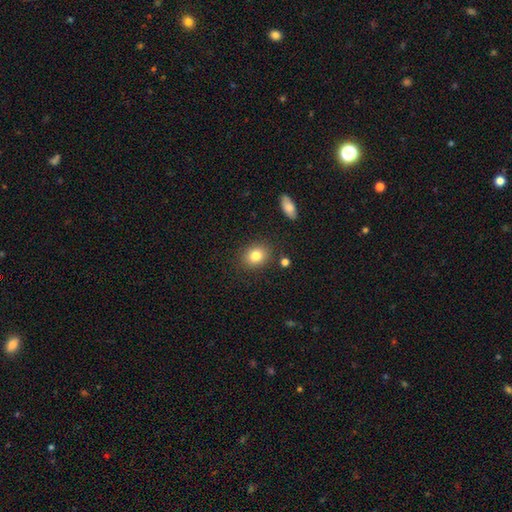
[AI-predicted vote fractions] A smooth galaxy with no disk features (82%) that is round (60%). Merging: none (84%).